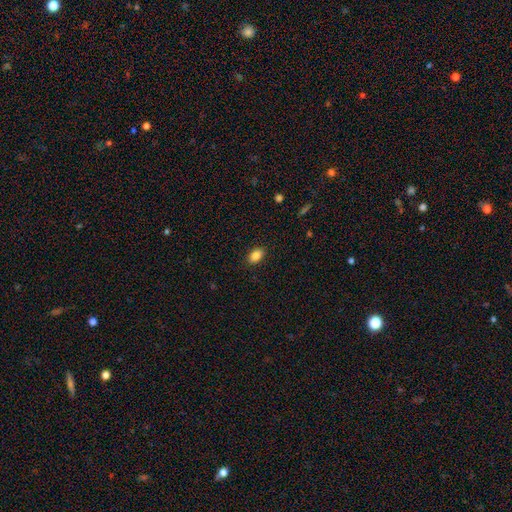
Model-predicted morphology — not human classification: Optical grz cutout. It shows a smooth galaxy with no disk features (86%) that is in between round and cigar-shaped (84%). Merging: none (88%).